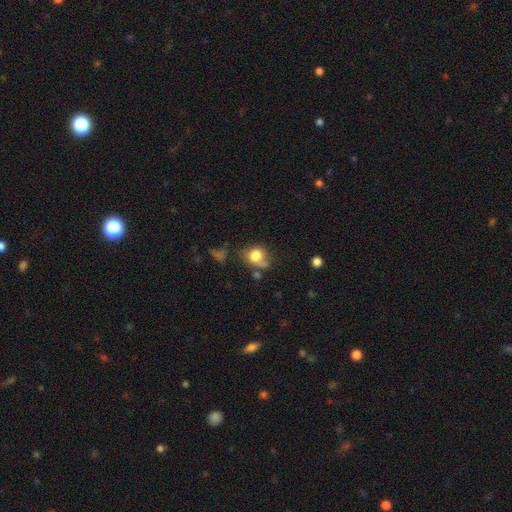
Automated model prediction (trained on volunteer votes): Smooth or featured? smooth (79%)
How rounded? round (65%)
Merging? none (50%)